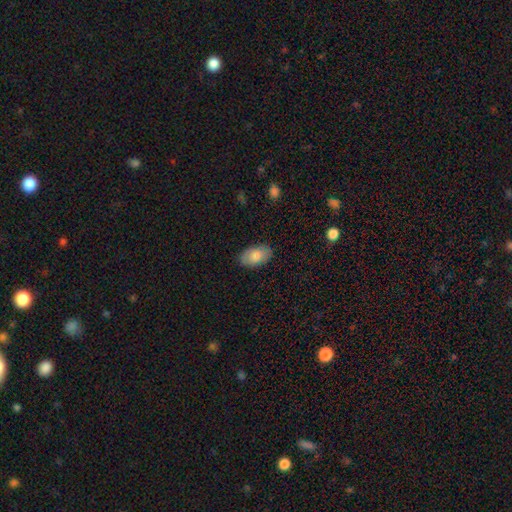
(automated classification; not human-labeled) smooth-or-featured: smooth: 80% | featured or disk: 14% | star or artifact: 6%
  how-rounded: in between: 93% | round: 6% | cigar-shaped: 1%
  merging: none: 85% | minor disturbance: 11% | major disturbance: 2% | merger: 1%